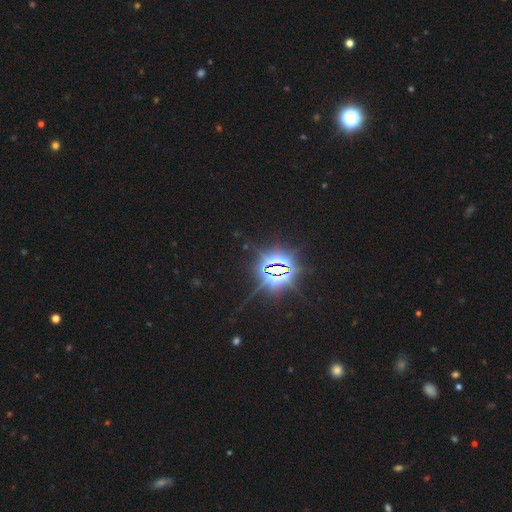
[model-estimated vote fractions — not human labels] A star or artifact, not a galaxy (86%).

Vote fractions:
- Smooth or featured? star or artifact: 86% / smooth: 8% / featured or disk: 5%